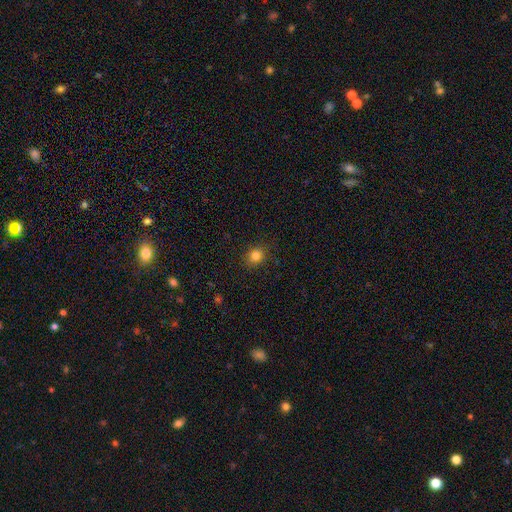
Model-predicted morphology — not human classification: A smooth galaxy with no disk features (82%) that is round (77%).

Vote fractions:
- Smooth or featured? smooth: 82% / star or artifact: 13% / featured or disk: 5%
- How rounded? round: 77% / in between: 22% / cigar-shaped: 1%
- Merging? none: 88% / minor disturbance: 9% / major disturbance: 3% / merger: 1%